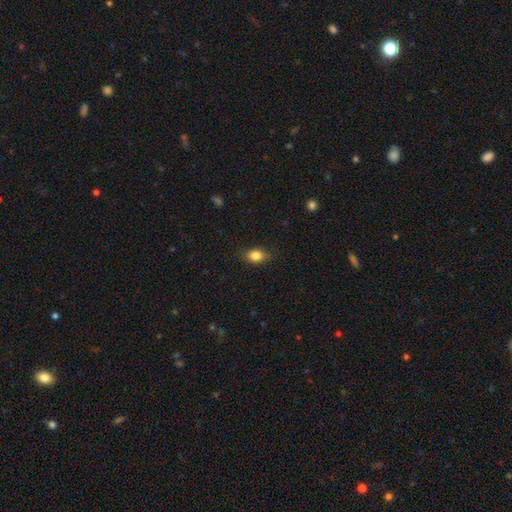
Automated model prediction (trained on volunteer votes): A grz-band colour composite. It shows a smooth galaxy with no disk features (84%) that is in between round and cigar-shaped (71%). Merging: none (83%).